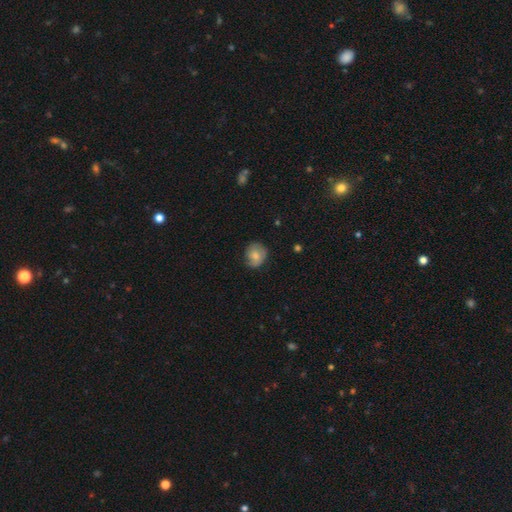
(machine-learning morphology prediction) Smooth or featured? smooth (67%)
How rounded? round (75%)
Merging? none (67%)